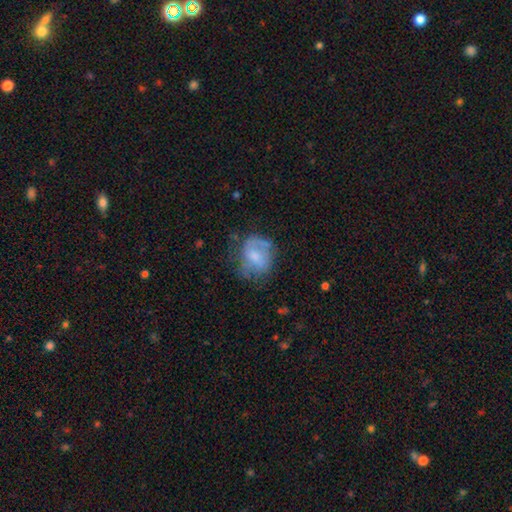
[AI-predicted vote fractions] Smooth or featured?
  - featured or disk: 48% *
  - smooth: 43%
  - star or artifact: 9%
Merging?
  - none: 49% *
  - minor disturbance: 27%
  - major disturbance: 21%
  - merger: 3%